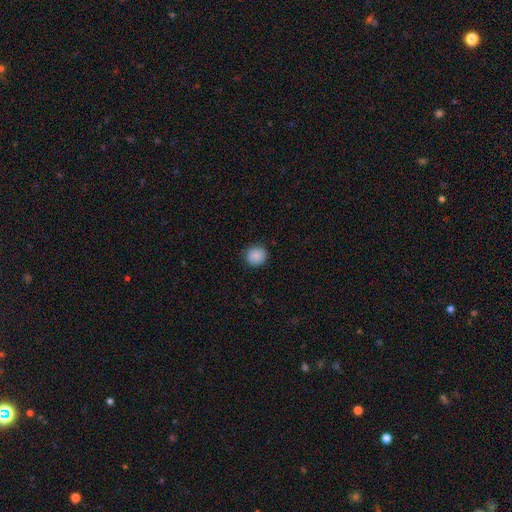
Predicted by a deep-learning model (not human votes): Q: Smooth or featured?
A: smooth (88%); runner-up: star or artifact (9%)
Q: How rounded?
A: round (89%); runner-up: in between (10%)
Q: Merging?
A: none (88%); runner-up: minor disturbance (9%)